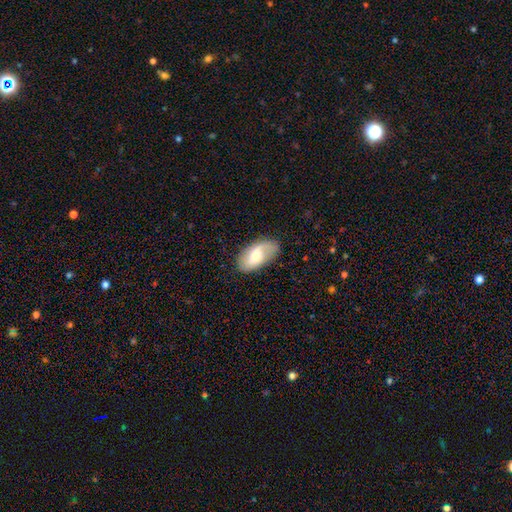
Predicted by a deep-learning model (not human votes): smooth-or-featured: smooth: 53% | featured or disk: 40% | star or artifact: 6%
  how-rounded: in between: 93% | round: 4% | cigar-shaped: 3%
  merging: none: 78% | minor disturbance: 16% | major disturbance: 5% | merger: 1%